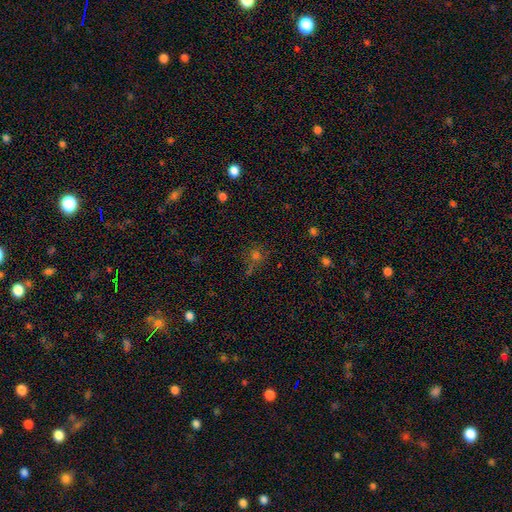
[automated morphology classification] This is possibly a smooth galaxy (46%). Merging: likely none (65%).